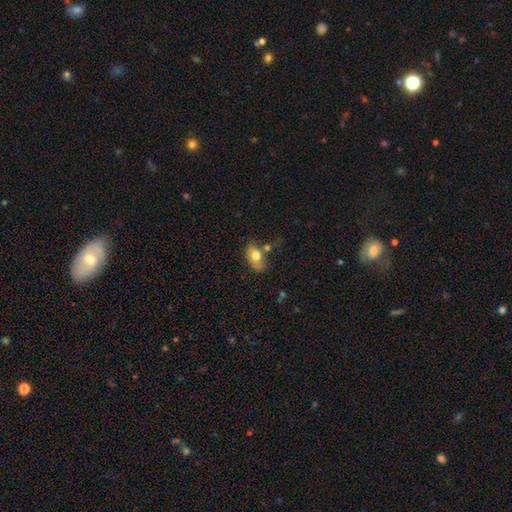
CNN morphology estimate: This is likely a smooth galaxy (73%). How rounded: clearly in between (86%). Merging: possibly none (49%).